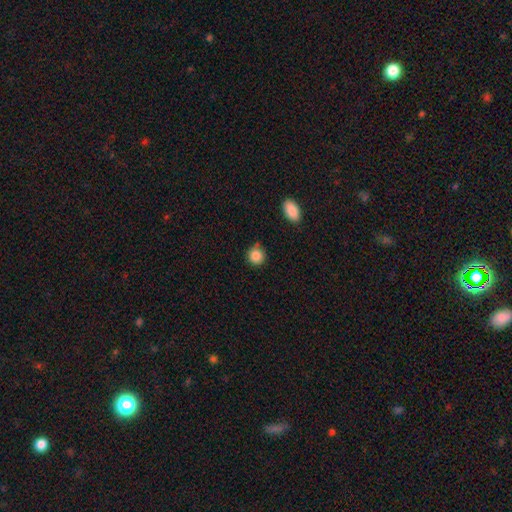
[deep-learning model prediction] Smooth or featured?
  - smooth: 86% *
  - star or artifact: 9%
  - featured or disk: 5%
How rounded?
  - round: 90% *
  - in between: 9%
  - cigar-shaped: 1%
Merging?
  - none: 80% *
  - minor disturbance: 13%
  - merger: 4%
  - major disturbance: 3%